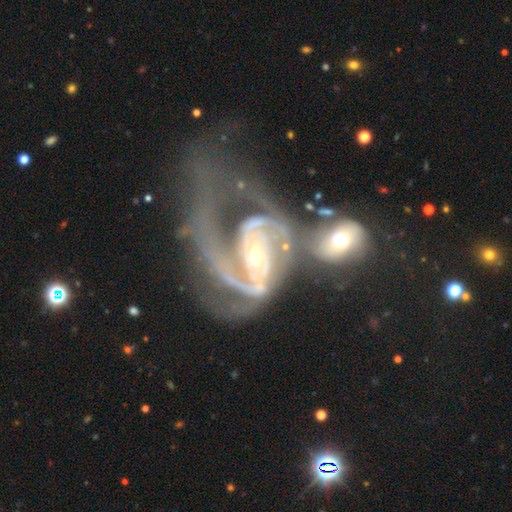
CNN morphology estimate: This appears to be a featured or disk galaxy (88%) with no bar (48%), 2 (52%) medium (42%) spiral arms (94%) and a small central bulge (58%). Merging: merger (42%).